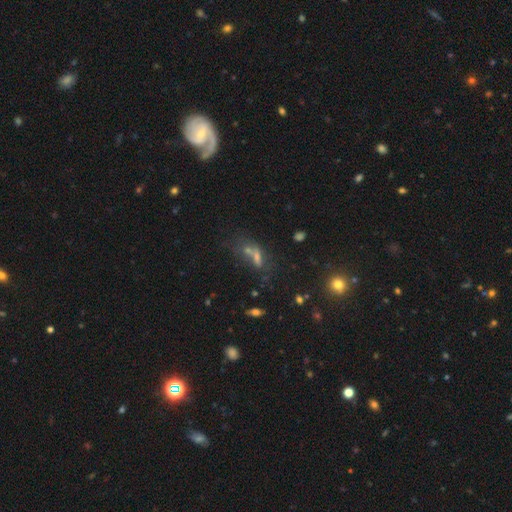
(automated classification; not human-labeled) A smooth galaxy with no disk features (44%).

Vote fractions:
- Smooth or featured? smooth: 44% / star or artifact: 29% / featured or disk: 26%
- Merging? none: 36% (tied) / merger: 36% (tied) / major disturbance: 15% / minor disturbance: 13%